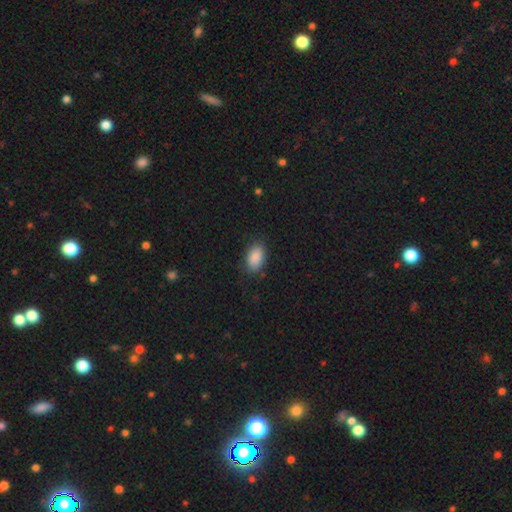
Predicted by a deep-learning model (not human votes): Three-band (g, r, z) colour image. It shows a smooth galaxy with no disk features (88%) that is in between round and cigar-shaped (92%). Merging: none (83%).